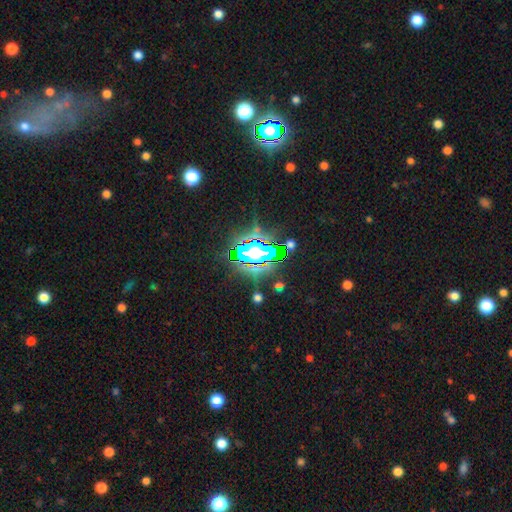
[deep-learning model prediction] Smooth or featured? star or artifact (82%)